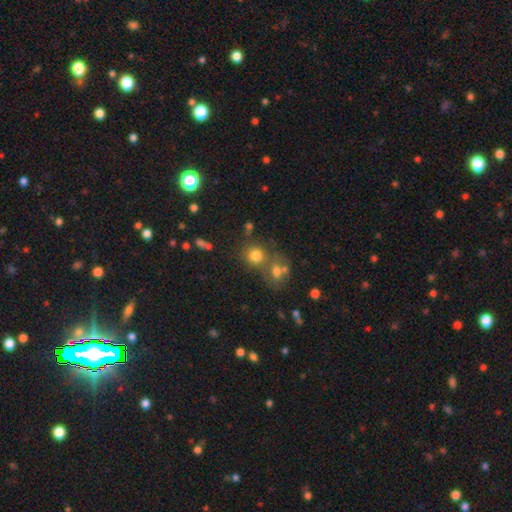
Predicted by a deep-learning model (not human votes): This appears to be a smooth galaxy with no disk features (76%) that is round (81%). Merging: none (53%).